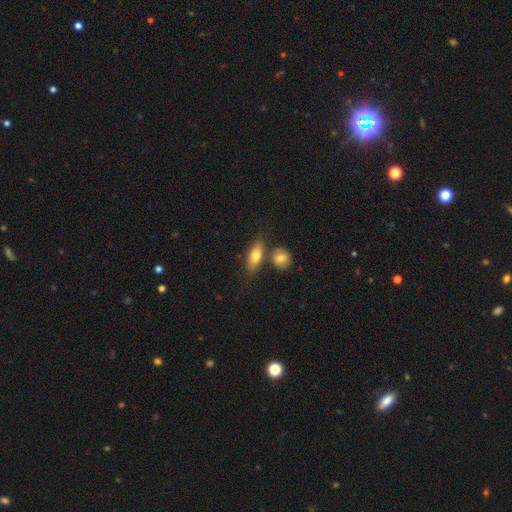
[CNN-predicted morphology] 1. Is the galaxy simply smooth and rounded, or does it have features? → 72% smooth, 21% featured or disk, 7% star or artifact.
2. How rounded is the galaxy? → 72% in between, 22% cigar-shaped, 6% round.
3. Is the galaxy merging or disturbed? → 61% none, 22% merger, 13% minor disturbance, 4% major disturbance.